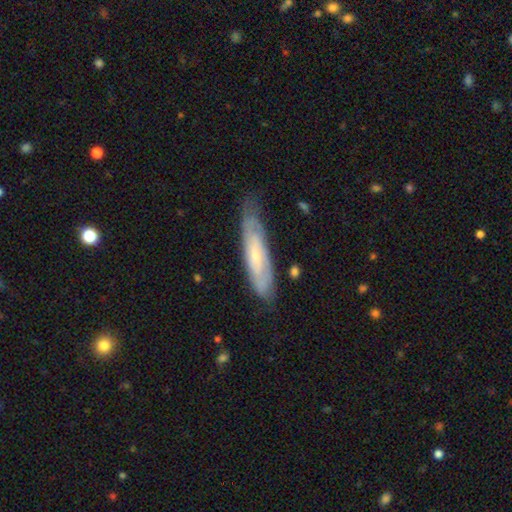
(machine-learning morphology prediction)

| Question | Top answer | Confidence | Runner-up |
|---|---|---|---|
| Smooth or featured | featured or disk | 61% | smooth (33%) |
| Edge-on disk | no | 66% | yes (34%) |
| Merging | none | 68% | minor disturbance (23%) |